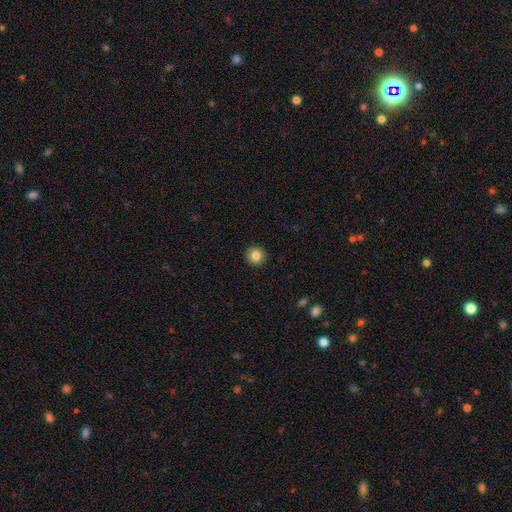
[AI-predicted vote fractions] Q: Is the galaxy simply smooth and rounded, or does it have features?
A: smooth — 84%.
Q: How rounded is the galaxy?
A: round — 94%.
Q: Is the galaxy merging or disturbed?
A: none — 92%.